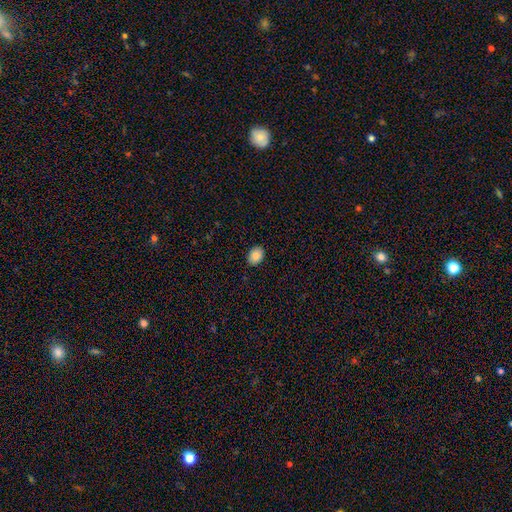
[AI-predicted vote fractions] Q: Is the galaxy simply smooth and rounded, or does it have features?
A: smooth — 87%.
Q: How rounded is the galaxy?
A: in between — 70%.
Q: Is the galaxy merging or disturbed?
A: none — 89%.